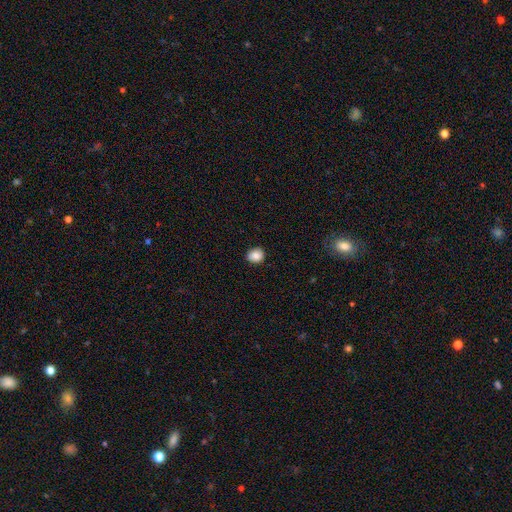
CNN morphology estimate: Overall: smooth (87%). How rounded: round (72%). Merging: none (87%).